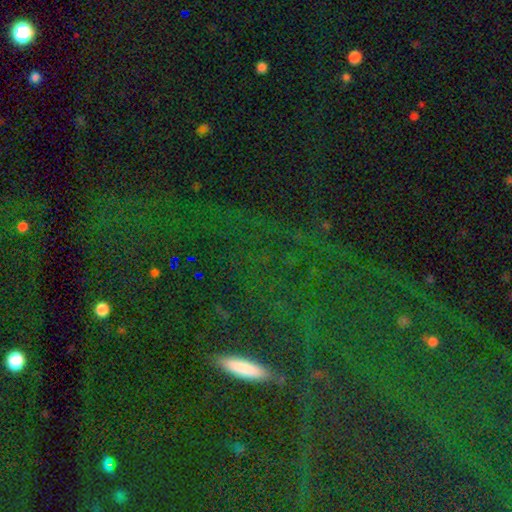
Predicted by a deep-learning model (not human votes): star or artifact 69%, smooth 17%, featured or disk 14%.